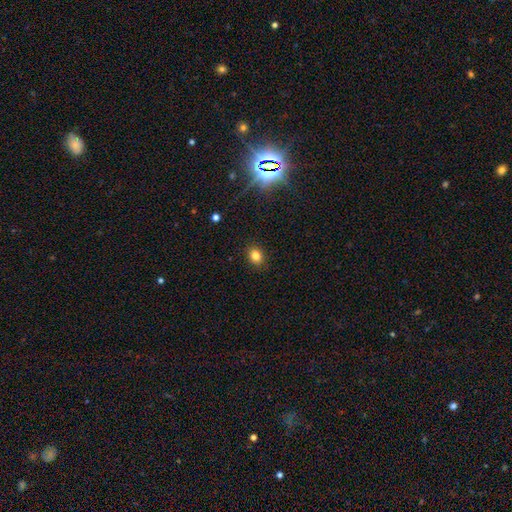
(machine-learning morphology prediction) smooth-or-featured: smooth: 81% | star or artifact: 13% | featured or disk: 6%
  how-rounded: in between: 51% | round: 48% | cigar-shaped: 1%
  merging: none: 89% | minor disturbance: 8% | major disturbance: 2% | merger: 1%